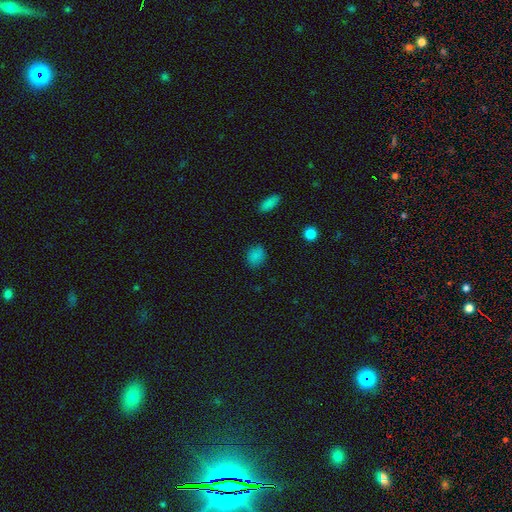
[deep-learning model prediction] Smooth or featured? smooth (82%)
How rounded? round (59%)
Merging? none (83%)